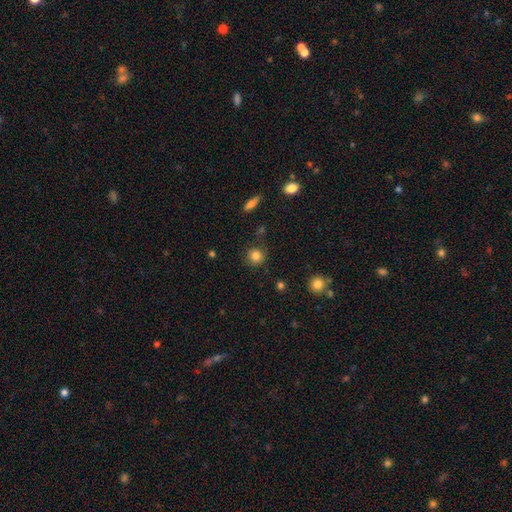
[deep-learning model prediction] A smooth galaxy with no disk features (83%) that is round (91%).

Vote fractions:
- Smooth or featured? smooth: 83% / star or artifact: 11% / featured or disk: 6%
- How rounded? round: 91% / in between: 8% / cigar-shaped: 1%
- Merging? none: 84% / minor disturbance: 11% / major disturbance: 3% / merger: 3%